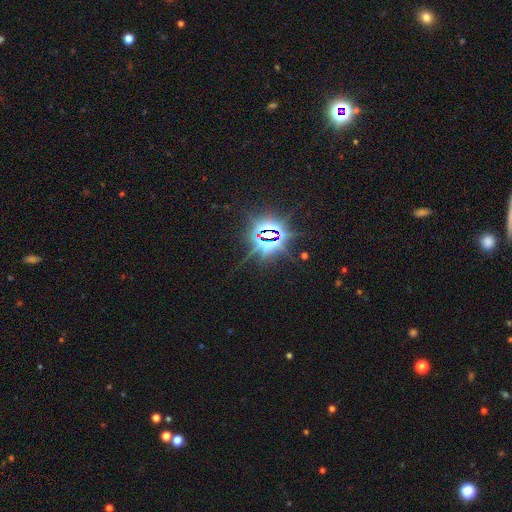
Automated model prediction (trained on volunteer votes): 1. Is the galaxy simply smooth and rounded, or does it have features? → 84% star or artifact, 9% smooth, 7% featured or disk.